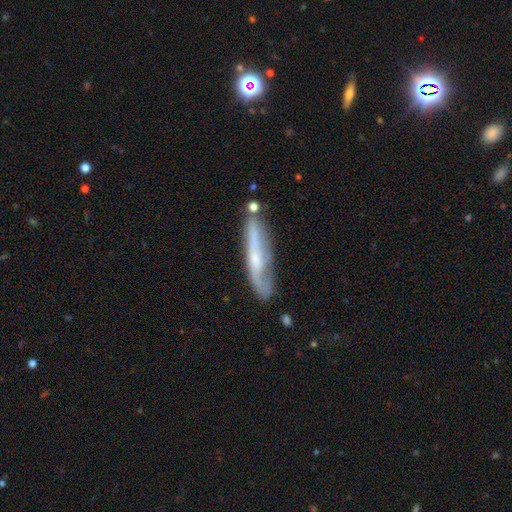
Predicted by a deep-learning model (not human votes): This is likely a featured or disk galaxy (65%). It is possibly viewed edge-on (55%). Merging: likely none (63%).